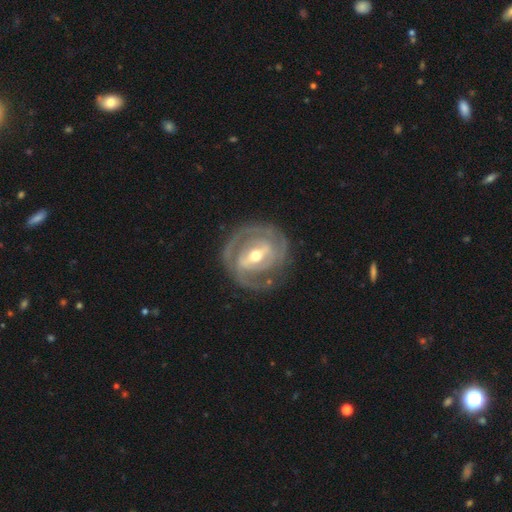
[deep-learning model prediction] smooth-or-featured: featured or disk: 87% | smooth: 9% | star or artifact: 4%
  disk-edge-on: no: 96% | yes: 4%
    bar: strong: 52% | weak: 35% | no: 13%
    has-spiral-arms: yes: 89% | no: 11%
      spiral-winding: tight: 65% | medium: 28% | loose: 7%
      spiral-arm-count: 2: 57% | can't tell: 18% | 3: 14% | 1: 5% | 4: 3% | more than 4: 3%
    bulge-size: moderate: 66% | small: 28% | large: 4% | none: 1% | dominant: 1%
  merging: none: 77% | minor disturbance: 15% | major disturbance: 7% | merger: 1%